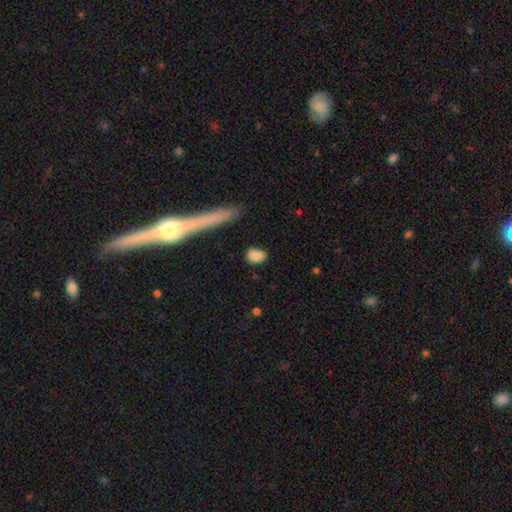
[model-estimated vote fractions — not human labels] A smooth galaxy with no disk features (85%) that is in between round and cigar-shaped (71%).

Vote fractions:
- Smooth or featured? smooth: 85% / star or artifact: 8% / featured or disk: 7%
- How rounded? in between: 71% / round: 25% / cigar-shaped: 4%
- Merging? none: 74% / minor disturbance: 18% / major disturbance: 5% / merger: 3%